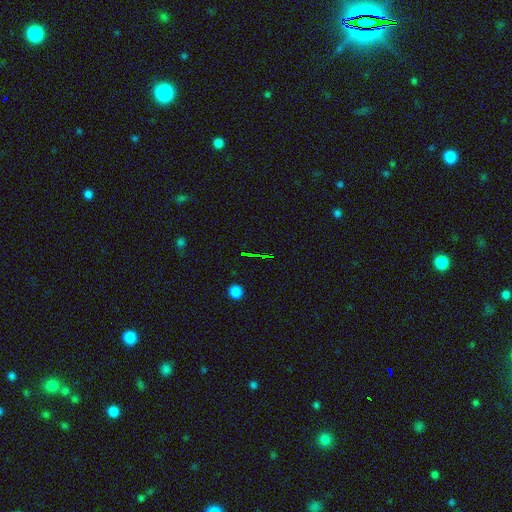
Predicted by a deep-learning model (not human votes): This is likely a star or artifact rather than a galaxy (67%).